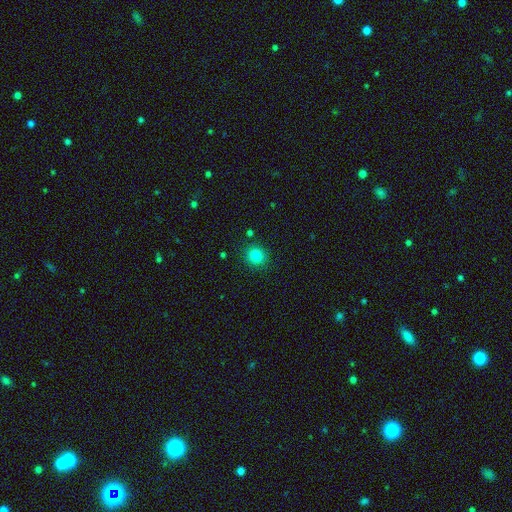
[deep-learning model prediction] Smooth or featured: smooth — 82% (star or artifact — 12%)
How rounded: round — 88% (in between — 11%)
Merging: none — 89% (minor disturbance — 7%)